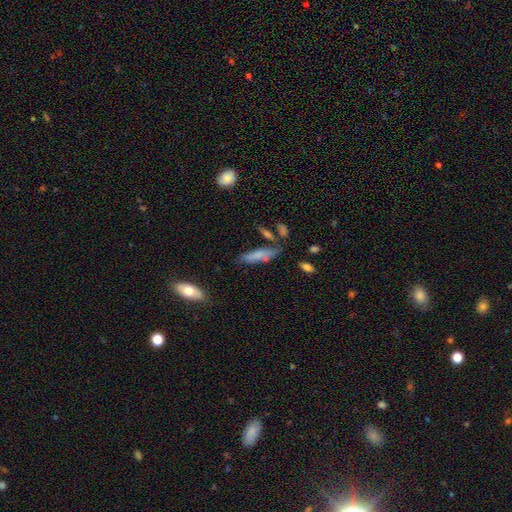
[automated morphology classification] The model was most divided on "smooth or featured": smooth: 61%, featured or disk: 28%, star or artifact: 11%. More confident: how rounded — cigar-shaped (67%); merging — none (62%).